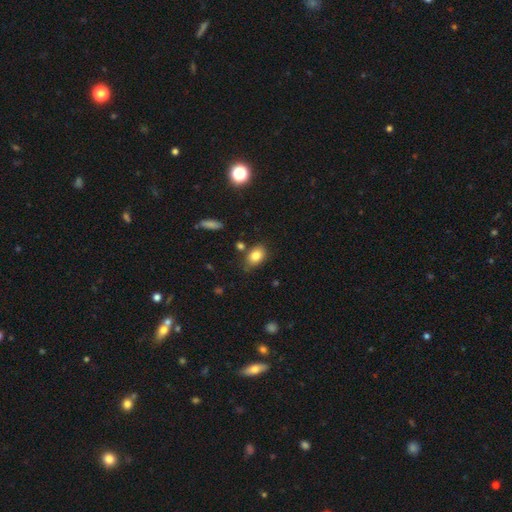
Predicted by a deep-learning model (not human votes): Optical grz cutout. It shows a smooth galaxy with no disk features (82%) that is in between round and cigar-shaped (81%). Merging: none (73%).